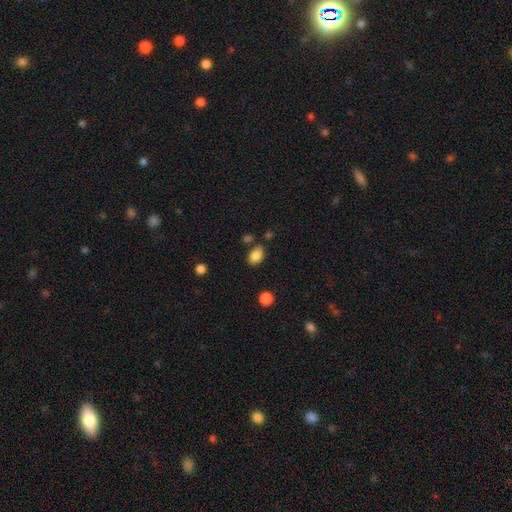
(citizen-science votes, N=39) This is clearly a smooth galaxy (92%). How rounded: clearly in between (92%). Merging: likely none (73%).